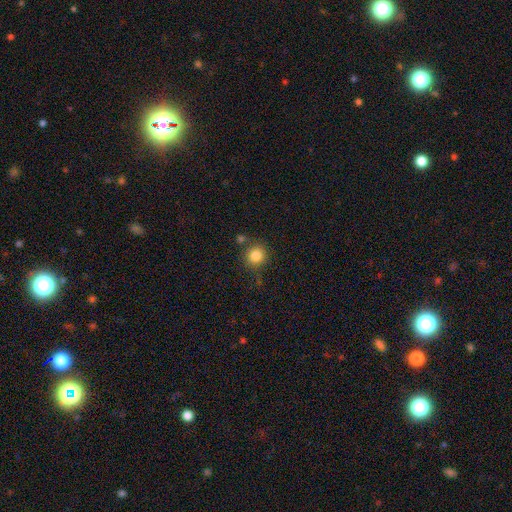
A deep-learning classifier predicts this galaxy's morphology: smooth 84%, star or artifact 10%, featured or disk 6%. Down the decision tree: how rounded — round (90%); merging — none (77%).